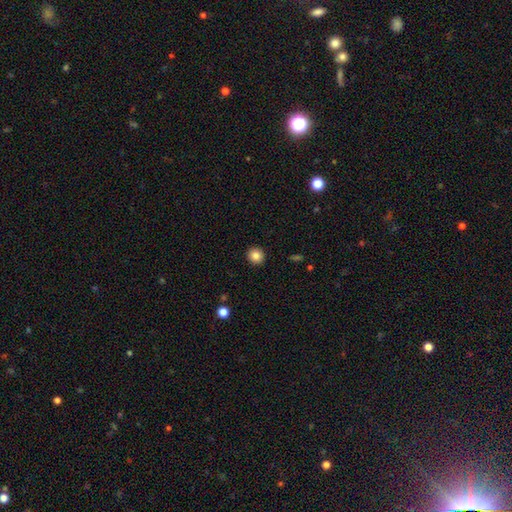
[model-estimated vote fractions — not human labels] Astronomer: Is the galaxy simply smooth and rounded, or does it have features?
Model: smooth — 84%.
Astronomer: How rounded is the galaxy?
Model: round — 91%.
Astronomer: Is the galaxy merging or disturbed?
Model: none — 92%.